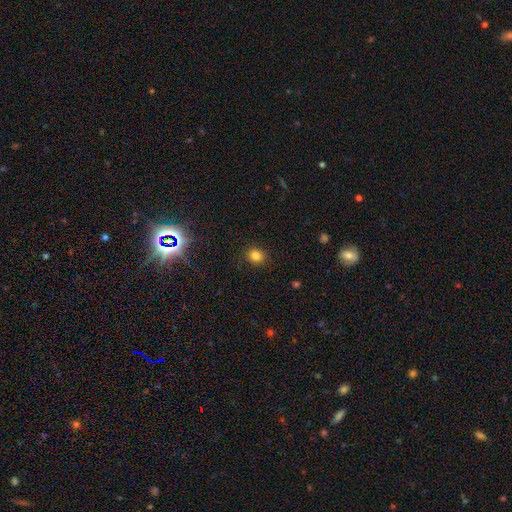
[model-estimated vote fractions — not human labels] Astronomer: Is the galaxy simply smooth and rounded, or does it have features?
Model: smooth — 83%.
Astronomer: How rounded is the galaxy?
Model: round — 76%.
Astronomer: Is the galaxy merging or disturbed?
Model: none — 89%.